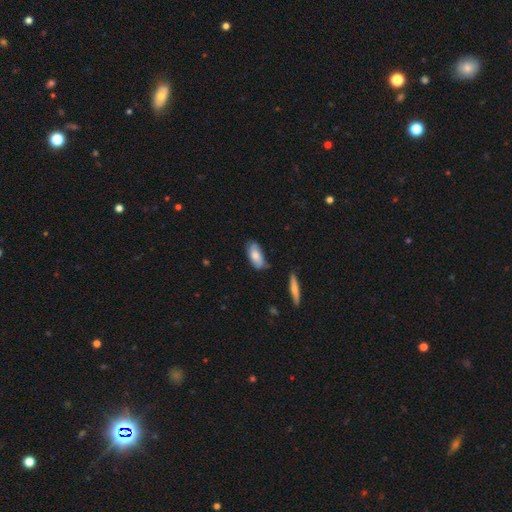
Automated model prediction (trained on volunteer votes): smooth_or_featured: smooth (p=0.75) [alt: featured or disk p=0.19]
how_rounded: in between (p=0.88) [alt: cigar-shaped p=0.10]
merging: none (p=0.71) [alt: minor disturbance p=0.22]